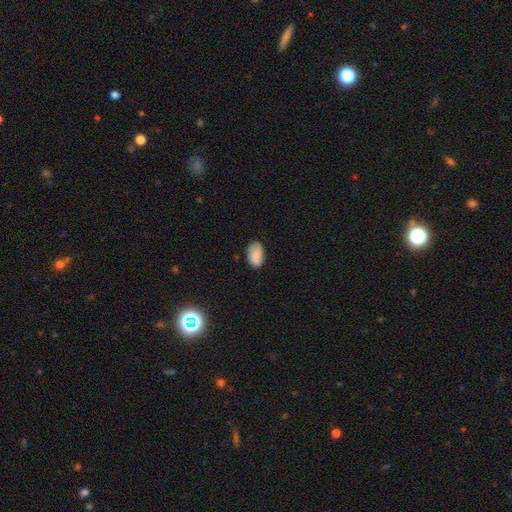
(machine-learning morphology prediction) Overall: smooth (83%). How rounded: in between (92%). Merging: none (72%).